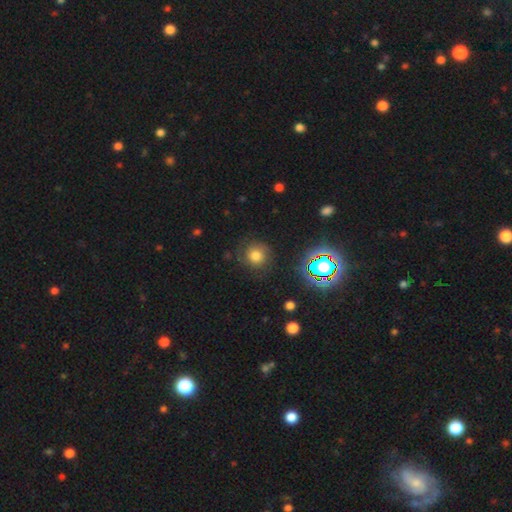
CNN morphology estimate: Overall: smooth (65%). How rounded: round (91%). Merging: none (78%).